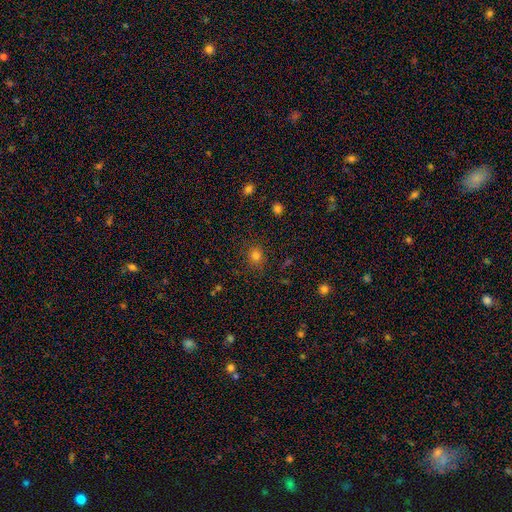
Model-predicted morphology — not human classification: A smooth galaxy with no disk features (79%) that is round (81%). Merging: none (85%).